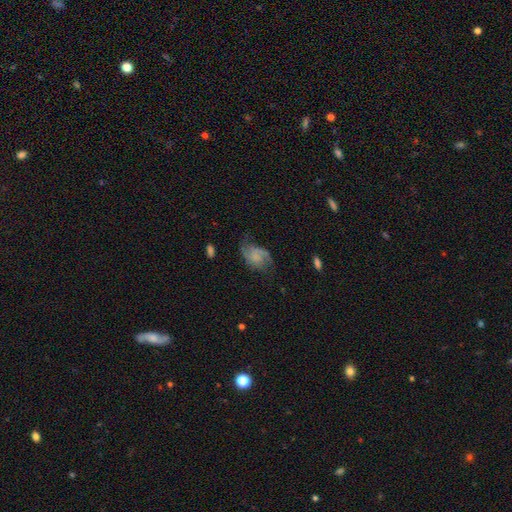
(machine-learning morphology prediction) Smooth or featured: featured or disk — 57% (smooth — 34%)
Edge-on disk: no — 97% (yes — 3%)
Bar: no — 71% (weak — 24%)
Spiral arms: yes — 86% (no — 14%)
Bulge size: none — 58% (small — 20%)
Merging: none — 49% (minor disturbance — 27%)